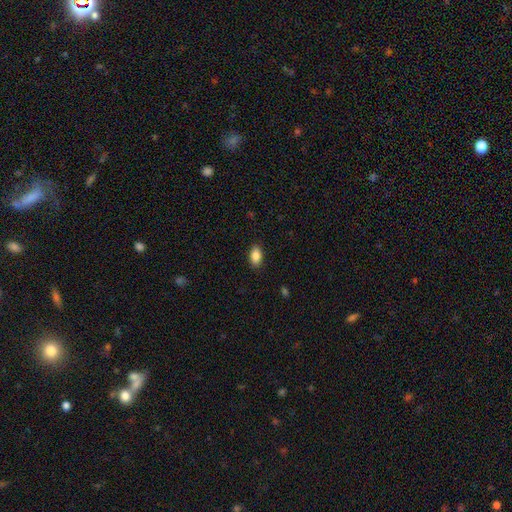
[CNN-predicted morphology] type=smooth (87%); roundness=in between (91%); merging=none (88%).